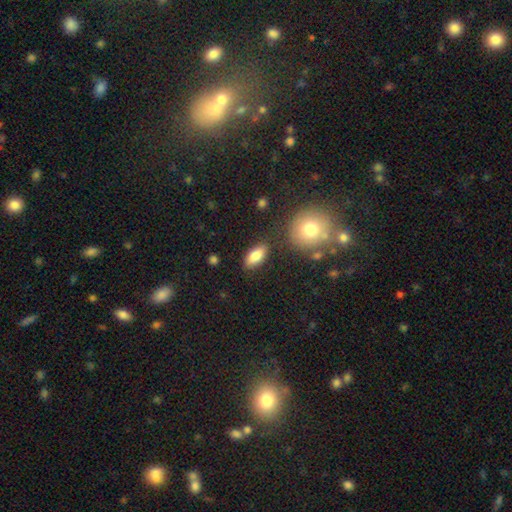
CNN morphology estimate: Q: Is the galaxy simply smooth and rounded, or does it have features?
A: smooth — 83%.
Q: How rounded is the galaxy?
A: in between — 85%.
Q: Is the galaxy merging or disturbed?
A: none — 83%.